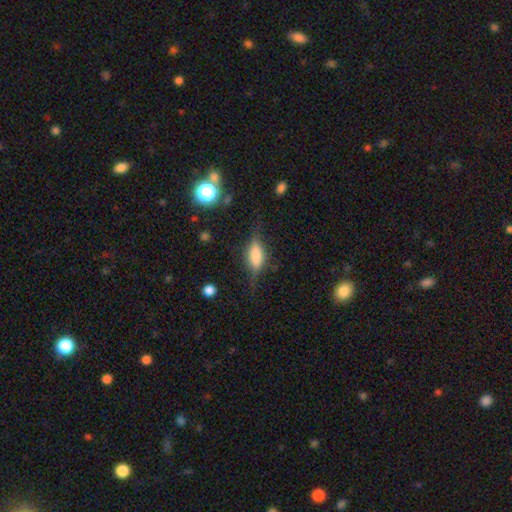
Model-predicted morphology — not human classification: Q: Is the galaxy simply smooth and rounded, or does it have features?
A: smooth — 54%.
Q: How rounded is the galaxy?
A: in between — 65%.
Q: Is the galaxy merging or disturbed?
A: none — 66%.